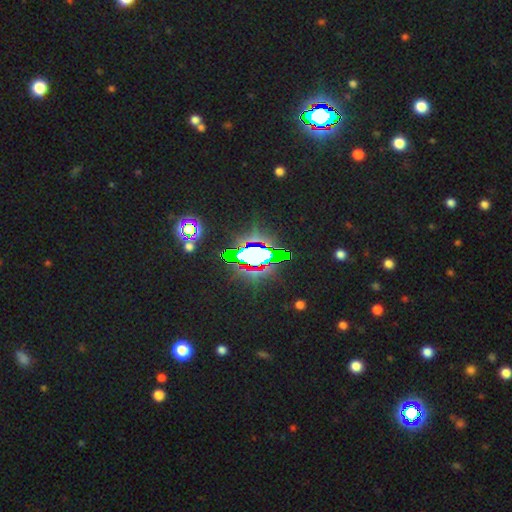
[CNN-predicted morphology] type=star or artifact (68%).